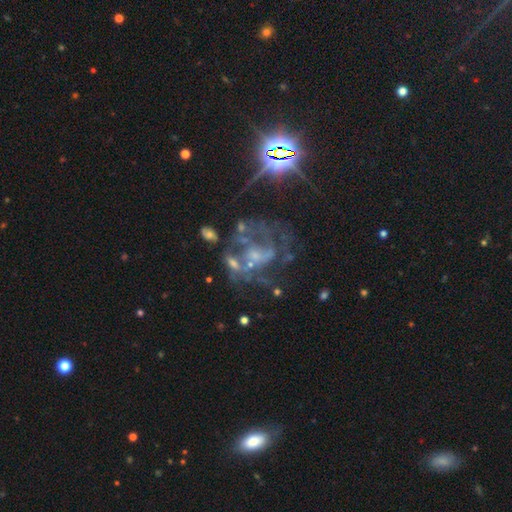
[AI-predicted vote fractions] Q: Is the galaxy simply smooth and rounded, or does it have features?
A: featured or disk — 66%.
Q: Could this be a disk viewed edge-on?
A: no — 97%.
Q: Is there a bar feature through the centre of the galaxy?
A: no — 64%.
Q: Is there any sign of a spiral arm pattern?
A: yes — 56%.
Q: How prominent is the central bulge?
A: none — 44%.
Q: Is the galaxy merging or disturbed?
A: none — 40%.